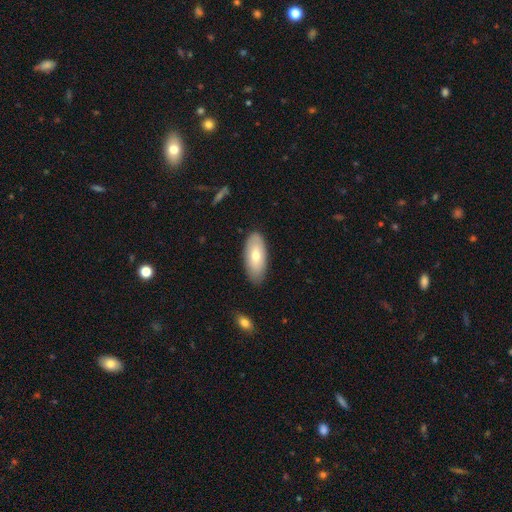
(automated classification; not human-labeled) A smooth galaxy with no disk features (69%) that is in between round and cigar-shaped (89%). Merging: none (84%).